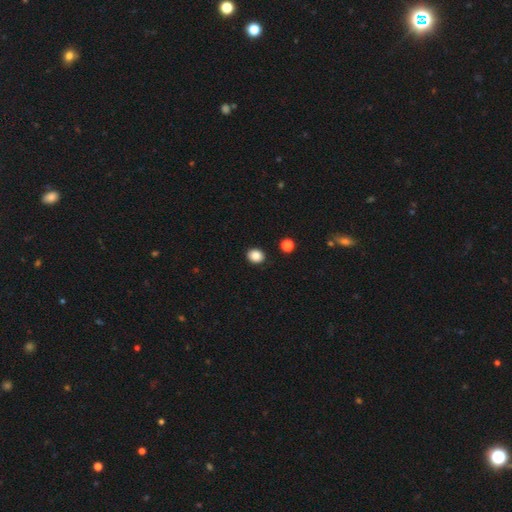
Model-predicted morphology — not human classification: A smooth galaxy with no disk features (87%) that is round (63%). Merging: none (89%).